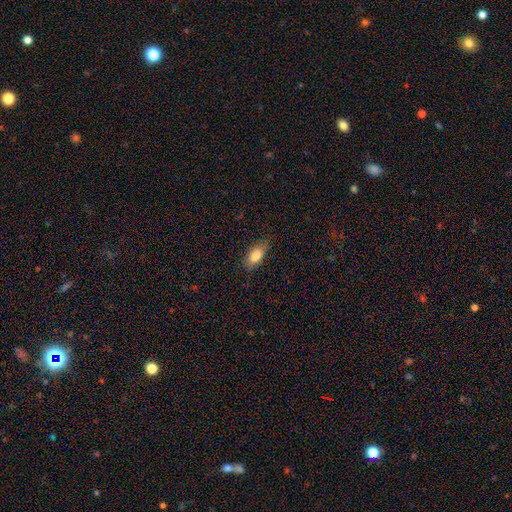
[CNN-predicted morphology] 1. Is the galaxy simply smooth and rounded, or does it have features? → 82% smooth, 11% featured or disk, 7% star or artifact.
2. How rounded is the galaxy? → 88% in between, 7% cigar-shaped, 4% round.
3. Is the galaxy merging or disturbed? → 79% none, 16% minor disturbance, 4% major disturbance, 1% merger.